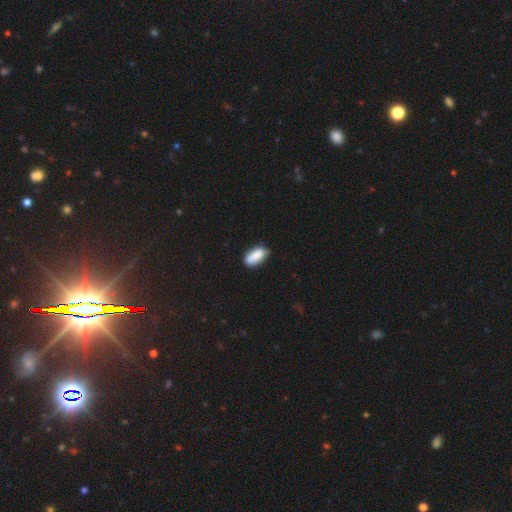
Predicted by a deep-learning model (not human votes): Morphology: type=smooth (87%); roundness=in between (90%); merging=none (73%).